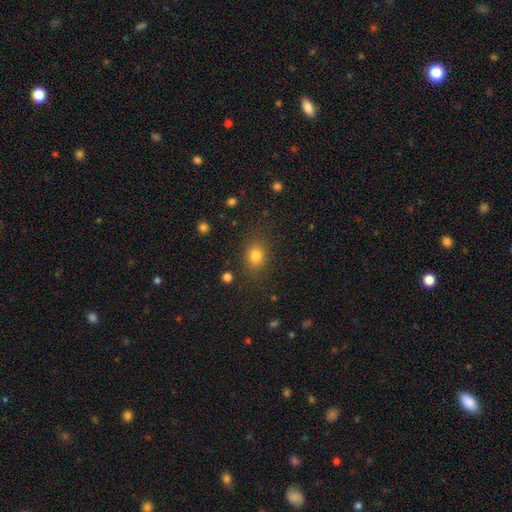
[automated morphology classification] smooth-or-featured: smooth: 80% | star or artifact: 13% | featured or disk: 7%
  how-rounded: round: 50% | in between: 49% | cigar-shaped: 1%
  merging: none: 82% | minor disturbance: 11% | major disturbance: 5% | merger: 2%